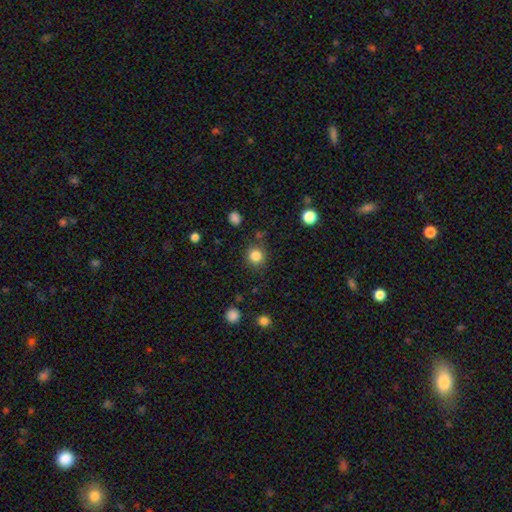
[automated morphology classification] Smooth or featured? smooth (84%)
How rounded? round (90%)
Merging? none (83%)